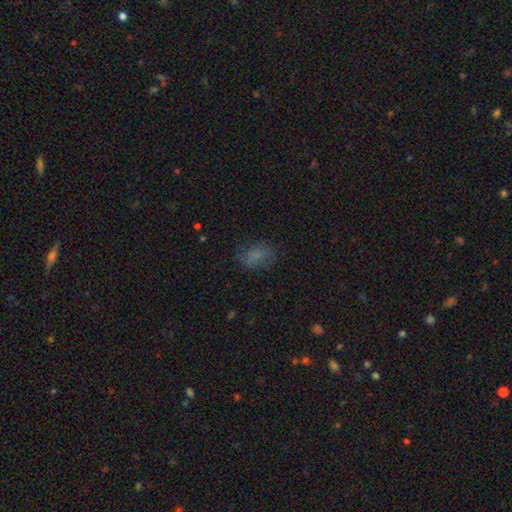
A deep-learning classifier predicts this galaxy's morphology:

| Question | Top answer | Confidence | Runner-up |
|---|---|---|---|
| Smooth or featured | smooth | 74% | star or artifact (14%) |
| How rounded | in between | 78% | round (21%) |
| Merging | none | 71% | minor disturbance (20%) |